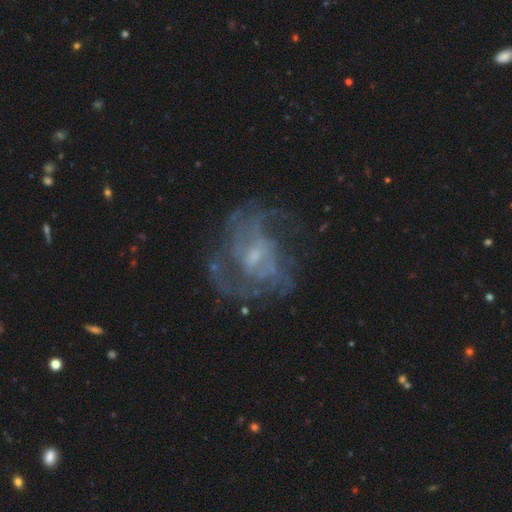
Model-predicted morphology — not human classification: A featured or disk galaxy (81%) with a weak bar (48%), medium (46%) spiral arms (83%) and a small central bulge (60%). Merging: none (57%).